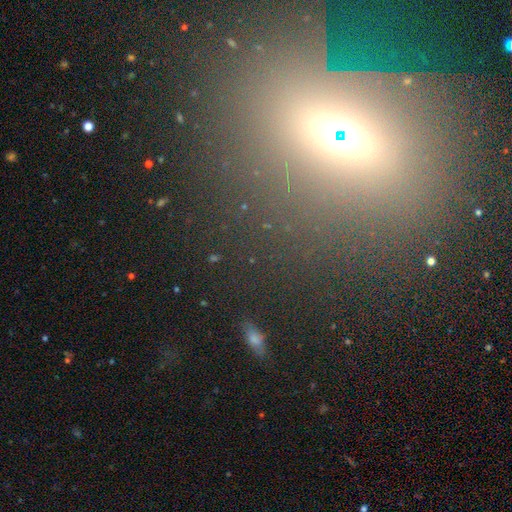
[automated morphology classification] type=star or artifact (52%).